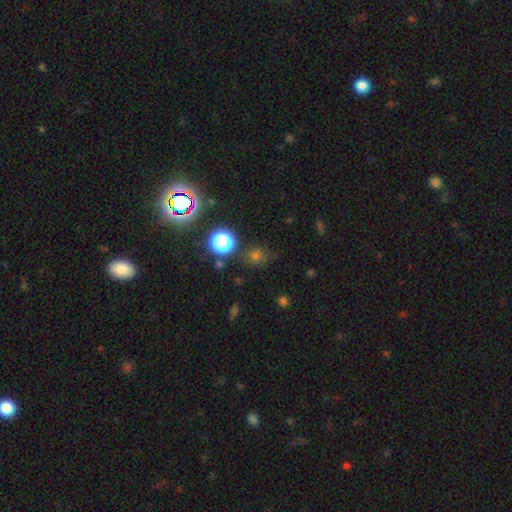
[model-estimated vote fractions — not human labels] A smooth galaxy with no disk features (60%) that is round (78%).

Vote fractions:
- Smooth or featured? smooth: 60% / star or artifact: 33% / featured or disk: 7%
- How rounded? round: 78% / in between: 20% / cigar-shaped: 1%
- Merging? none: 78% / minor disturbance: 13% / major disturbance: 5% / merger: 4%